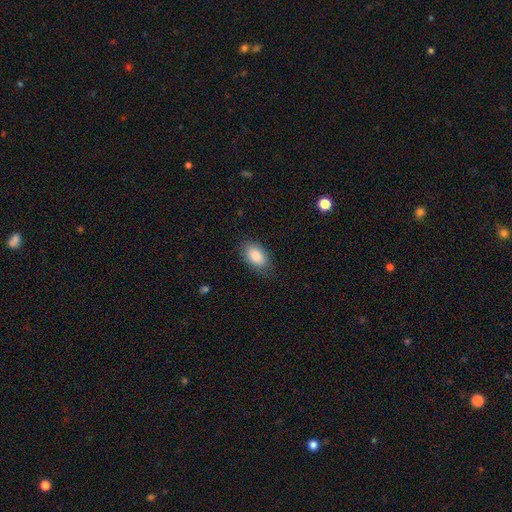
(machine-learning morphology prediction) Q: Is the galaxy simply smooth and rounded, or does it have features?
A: smooth — 86%.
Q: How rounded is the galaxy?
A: in between — 92%.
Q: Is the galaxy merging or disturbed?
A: none — 79%.